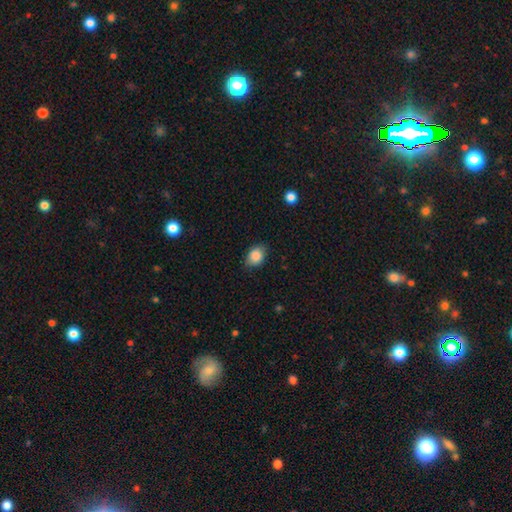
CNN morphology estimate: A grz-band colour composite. It shows a smooth galaxy with no disk features (87%) that is in between round and cigar-shaped (72%). Merging: none (81%).